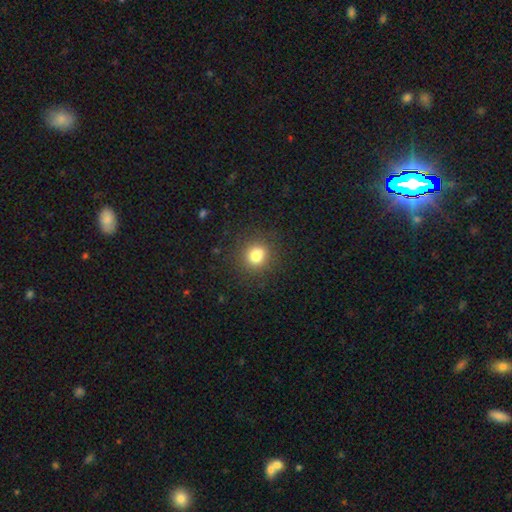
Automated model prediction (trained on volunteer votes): A smooth galaxy with no disk features (81%) that is round (79%).

Vote fractions:
- Smooth or featured? smooth: 81% / star or artifact: 13% / featured or disk: 6%
- How rounded? round: 79% / in between: 20% / cigar-shaped: 1%
- Merging? none: 86% / minor disturbance: 9% / major disturbance: 3% / merger: 1%